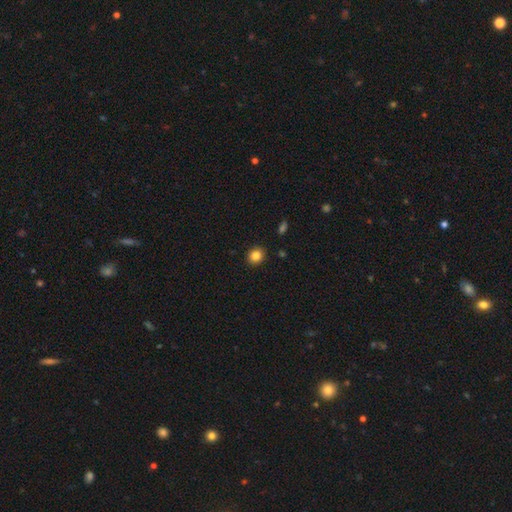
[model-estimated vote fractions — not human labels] Smooth or featured: smooth — 85% (star or artifact — 10%)
How rounded: round — 75% (in between — 24%)
Merging: none — 91% (minor disturbance — 6%)